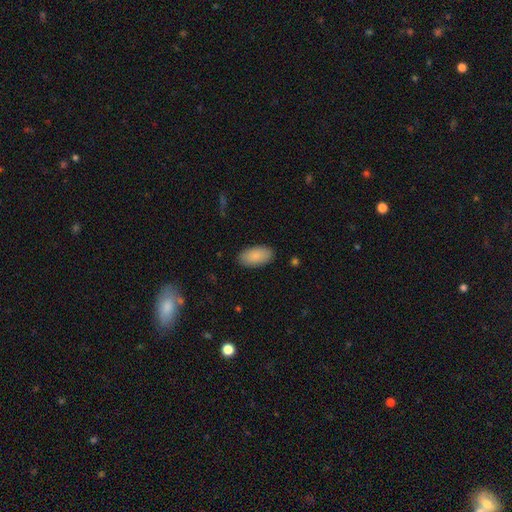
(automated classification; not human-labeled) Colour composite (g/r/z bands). It shows a smooth galaxy with no disk features (87%) that is in between round and cigar-shaped (95%). Merging: none (88%).